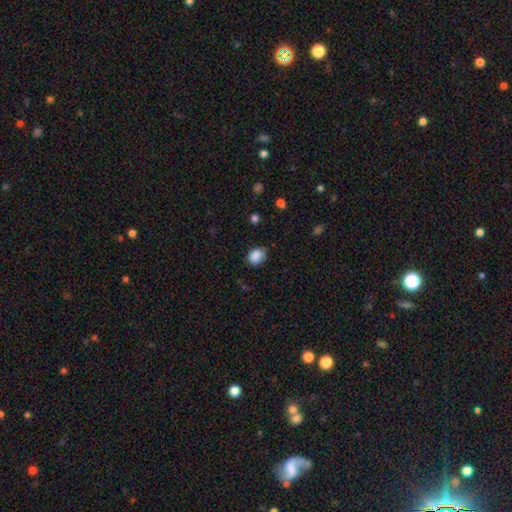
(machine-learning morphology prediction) smooth 88%, star or artifact 8%, featured or disk 4%. Down the decision tree: how rounded — in between (68%); merging — none (75%).